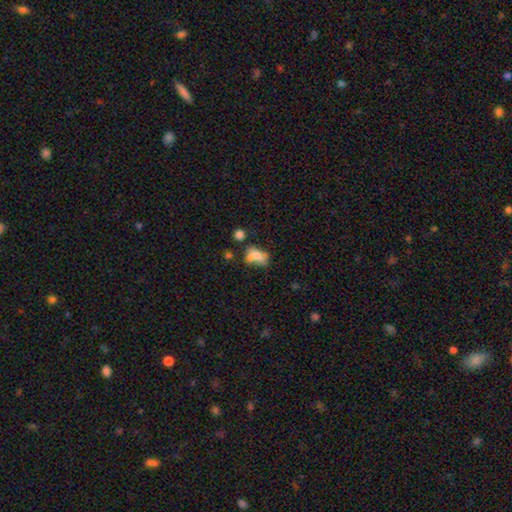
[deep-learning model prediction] smooth 62%, featured or disk 25%, star or artifact 13%. Down the decision tree: how rounded — in between (83%); merging — merger (28%).